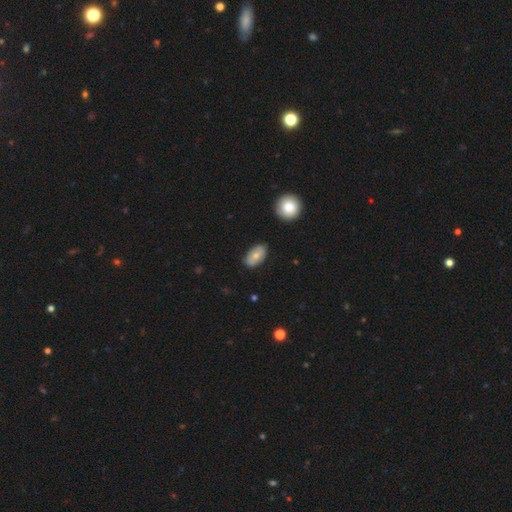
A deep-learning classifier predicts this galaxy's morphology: Smooth or featured? Predicted: smooth (p=0.67). How rounded? Predicted: in between (p=0.90). Merging? Predicted: none (p=0.82).